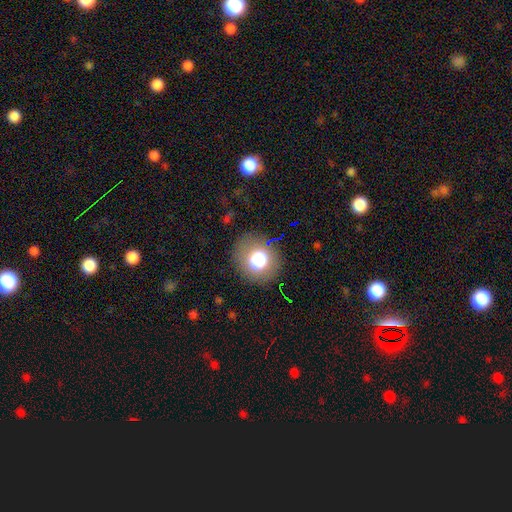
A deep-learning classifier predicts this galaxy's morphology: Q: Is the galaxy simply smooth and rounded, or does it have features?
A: smooth — 73%.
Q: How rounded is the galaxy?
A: round — 86%.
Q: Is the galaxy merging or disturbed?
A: none — 85%.